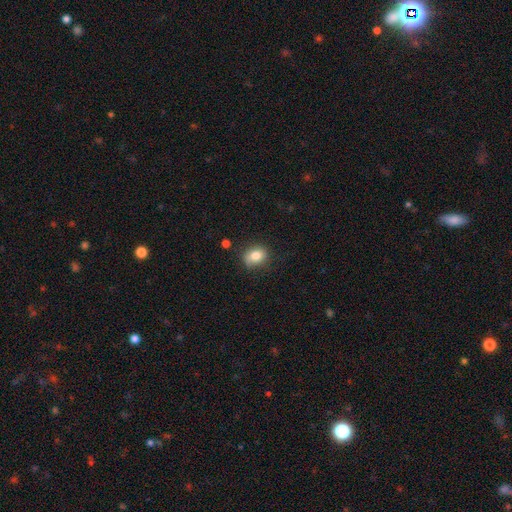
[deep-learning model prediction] This appears to be a smooth galaxy with no disk features (81%) that is round (52%). Merging: none (72%).